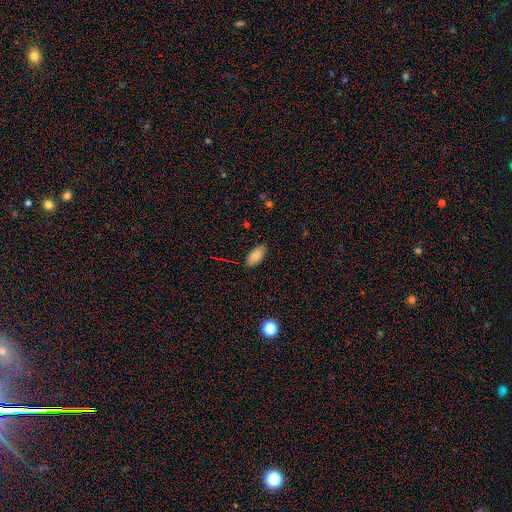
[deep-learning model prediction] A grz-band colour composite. It shows a smooth galaxy with no disk features (84%) that is in between round and cigar-shaped (92%). Merging: none (86%).